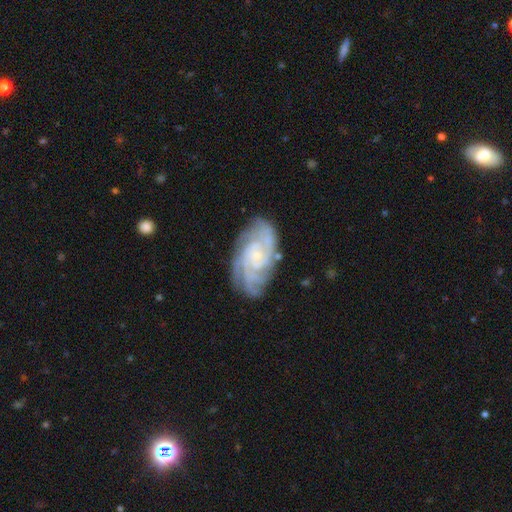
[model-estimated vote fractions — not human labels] A featured or disk galaxy (87%) with no bar (71%), 4 (31%) tight (71%) spiral arms (98%) and a small central bulge (76%). Merging: none (78%).